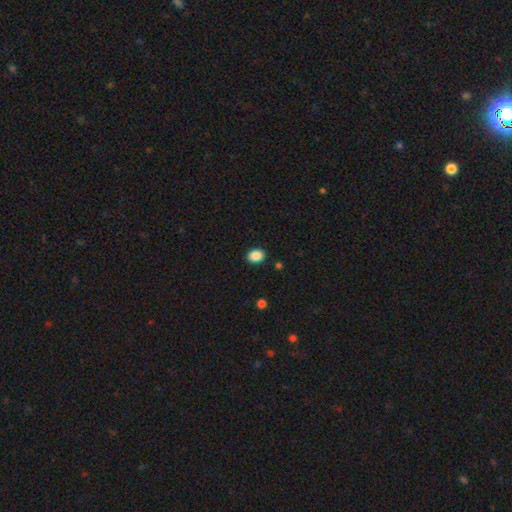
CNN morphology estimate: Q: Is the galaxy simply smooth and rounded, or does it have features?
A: smooth — 88%.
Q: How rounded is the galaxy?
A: in between — 54%.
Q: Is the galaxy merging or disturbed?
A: none — 90%.